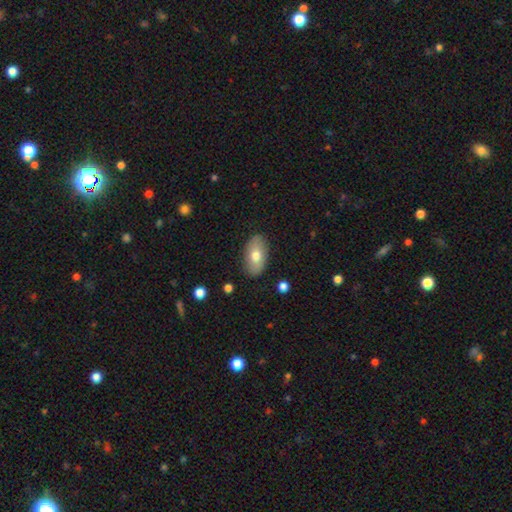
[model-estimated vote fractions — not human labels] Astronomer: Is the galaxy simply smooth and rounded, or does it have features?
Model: smooth — 70%.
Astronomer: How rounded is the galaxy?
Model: in between — 93%.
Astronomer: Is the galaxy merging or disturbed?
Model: none — 86%.